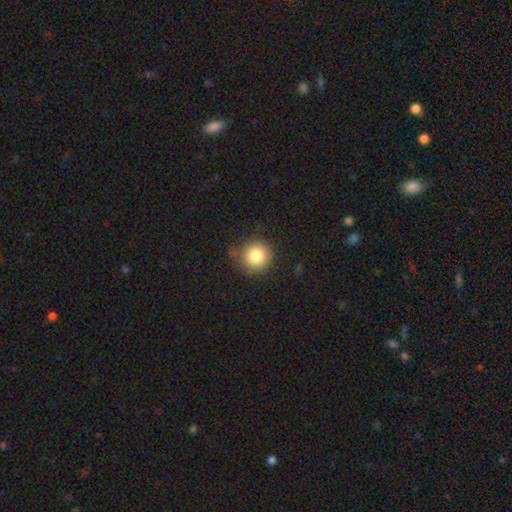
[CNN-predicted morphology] This is clearly a smooth galaxy (84%). How rounded: clearly round (94%). Merging: likely none (74%).